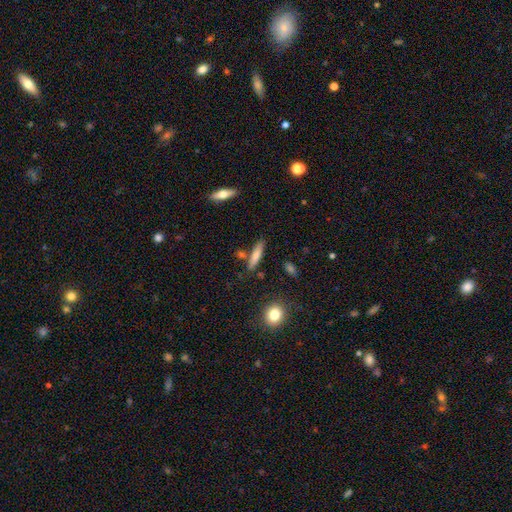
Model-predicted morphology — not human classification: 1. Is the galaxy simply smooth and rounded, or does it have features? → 69% smooth, 24% featured or disk, 8% star or artifact.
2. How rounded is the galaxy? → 82% cigar-shaped, 16% in between, 2% round.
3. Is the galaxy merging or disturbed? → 76% none, 12% minor disturbance, 9% merger, 3% major disturbance.